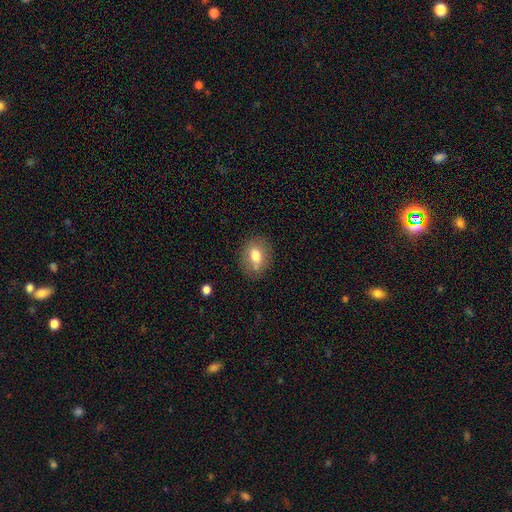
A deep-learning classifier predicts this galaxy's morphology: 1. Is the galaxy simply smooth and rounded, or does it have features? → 72% smooth, 19% featured or disk, 9% star or artifact.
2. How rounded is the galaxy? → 67% in between, 32% round, 2% cigar-shaped.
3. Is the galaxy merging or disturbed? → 77% none, 16% minor disturbance, 5% major disturbance, 3% merger.